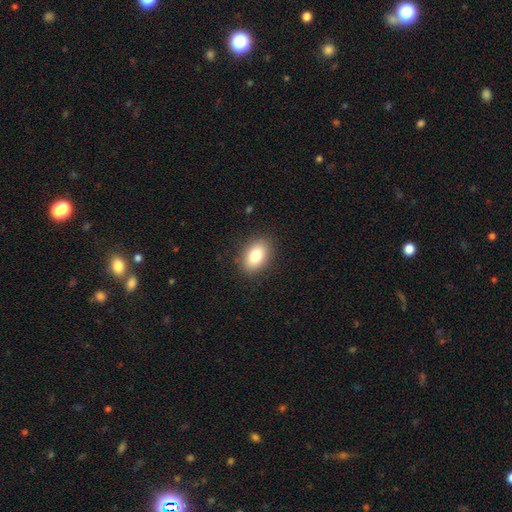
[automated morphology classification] Smooth or featured? smooth (82%)
How rounded? in between (87%)
Merging? none (88%)